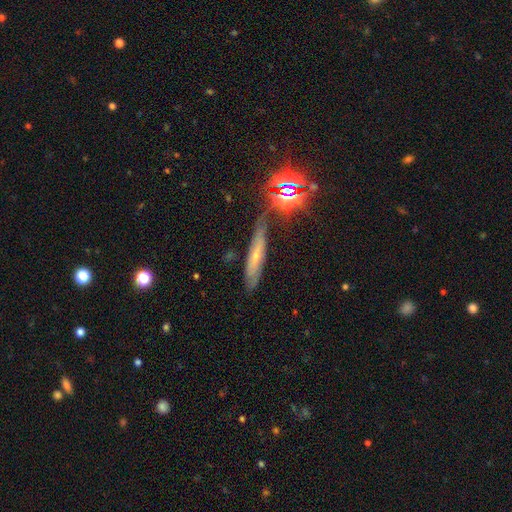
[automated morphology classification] smooth-or-featured: featured or disk: 45% | smooth: 33% | star or artifact: 22%
  merging: none: 72% | minor disturbance: 18% | major disturbance: 6% | merger: 4%